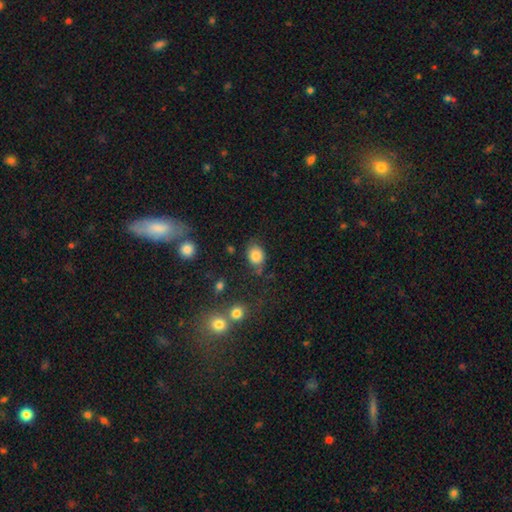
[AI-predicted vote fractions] smooth 84%, star or artifact 10%, featured or disk 6%. Down the decision tree: how rounded — in between (50%); merging — none (70%).